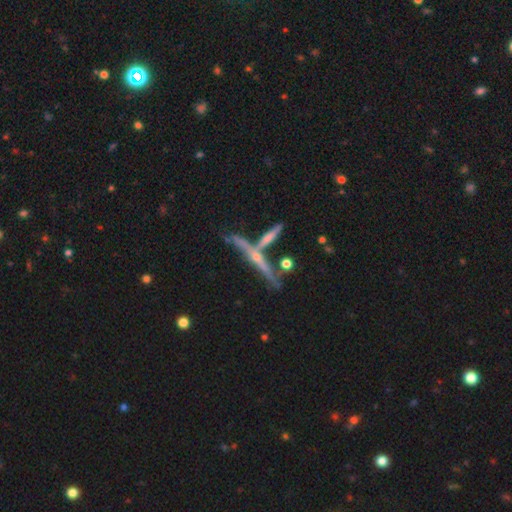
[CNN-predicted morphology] Overall: featured or disk (76%). Edge-on disk: yes (95%). Edge-on bulge: rounded (69%). Merging: none (64%).